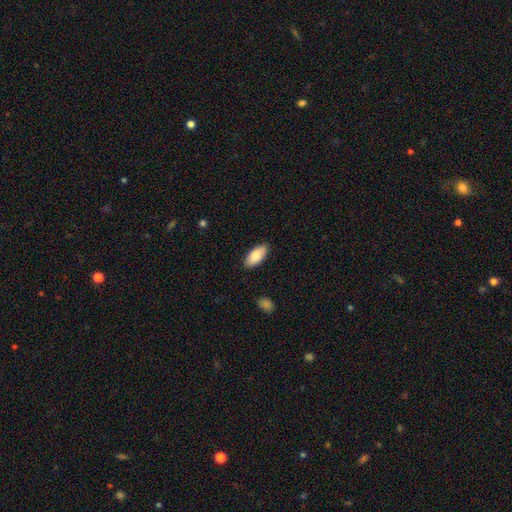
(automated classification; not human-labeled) Smooth or featured: smooth — 84% (featured or disk — 10%)
How rounded: in between — 89% (cigar-shaped — 9%)
Merging: none — 88% (minor disturbance — 9%)